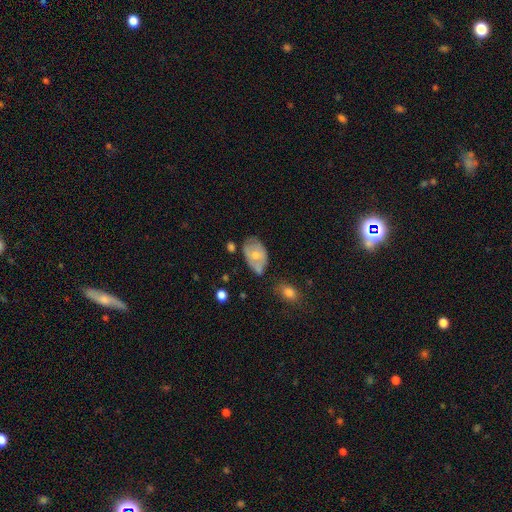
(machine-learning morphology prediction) The model was most divided on "merging": none: 44%, minor disturbance: 36%, major disturbance: 11%, merger: 9%. More confident: how rounded — in between (87%); smooth or featured — smooth (55%).